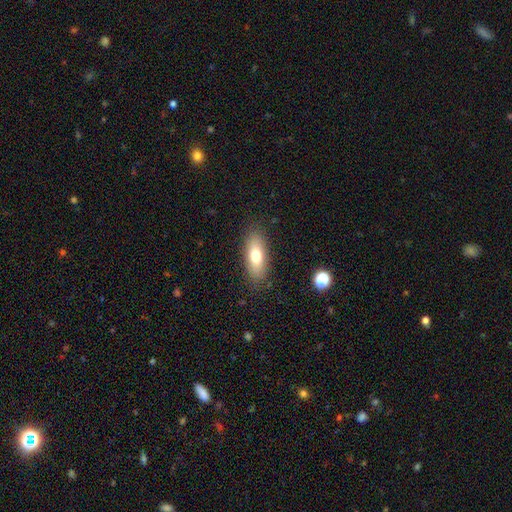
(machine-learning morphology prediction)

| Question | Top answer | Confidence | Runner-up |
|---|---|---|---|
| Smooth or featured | smooth | 71% | featured or disk (21%) |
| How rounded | in between | 74% | cigar-shaped (22%) |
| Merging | none | 85% | minor disturbance (11%) |